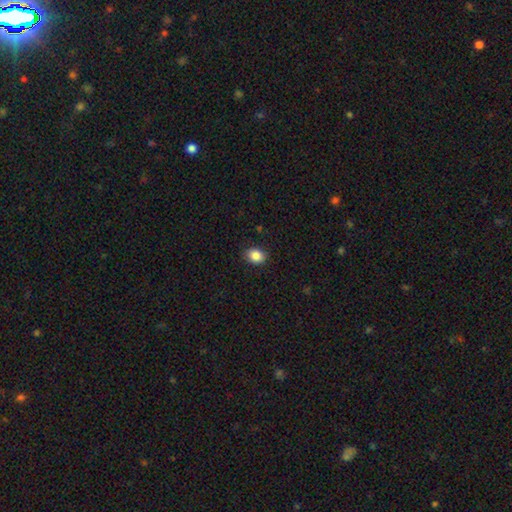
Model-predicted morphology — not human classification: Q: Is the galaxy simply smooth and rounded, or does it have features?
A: smooth — 86%.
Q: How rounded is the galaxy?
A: in between — 53%.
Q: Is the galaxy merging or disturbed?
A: none — 89%.